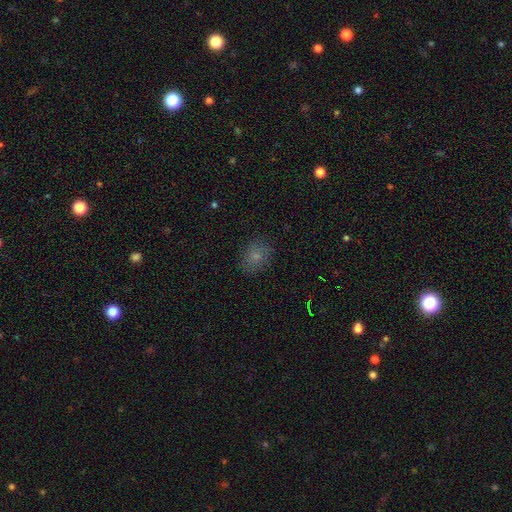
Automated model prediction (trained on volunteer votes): This appears to be a smooth galaxy with no disk features (74%) that is in between round and cigar-shaped (55%). Merging: none (81%).